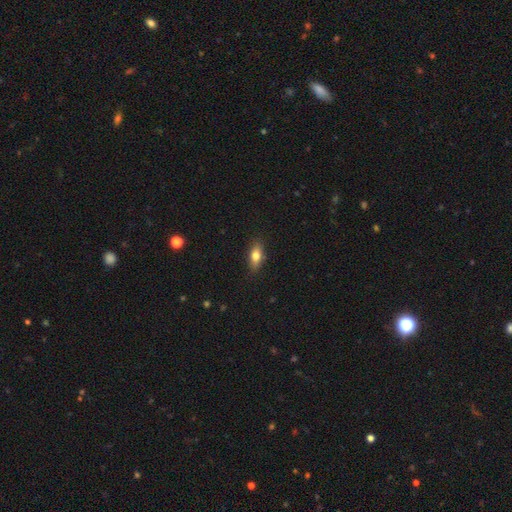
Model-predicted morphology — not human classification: Overall: smooth (74%). How rounded: in between (79%). Merging: none (86%).